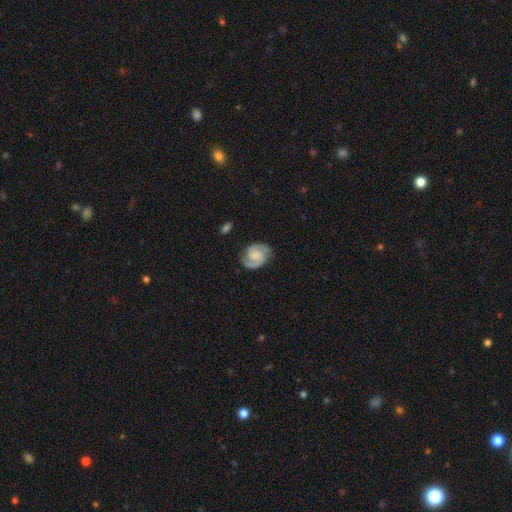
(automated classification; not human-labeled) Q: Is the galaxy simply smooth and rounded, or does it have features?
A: featured or disk — 84%.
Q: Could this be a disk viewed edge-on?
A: no — 98%.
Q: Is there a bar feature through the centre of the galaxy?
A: no — 49%.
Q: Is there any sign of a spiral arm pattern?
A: yes — 98%.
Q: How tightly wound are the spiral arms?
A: medium — 47%.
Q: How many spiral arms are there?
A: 2 — 92%.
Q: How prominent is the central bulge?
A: none — 46%.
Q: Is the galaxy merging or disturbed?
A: none — 81%.